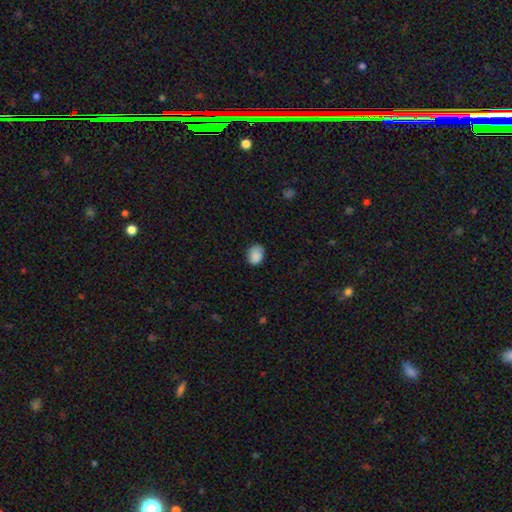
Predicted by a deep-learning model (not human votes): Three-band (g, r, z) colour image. It shows a smooth galaxy with no disk features (87%) that is in between round and cigar-shaped (69%). Merging: none (75%).